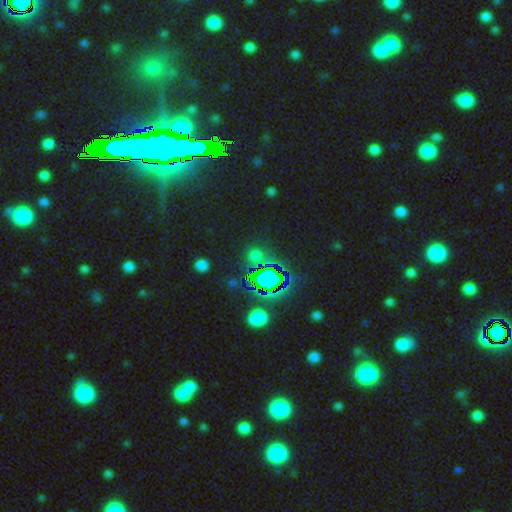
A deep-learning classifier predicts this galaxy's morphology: smooth_or_featured: star or artifact (p=0.62) [alt: smooth p=0.29]